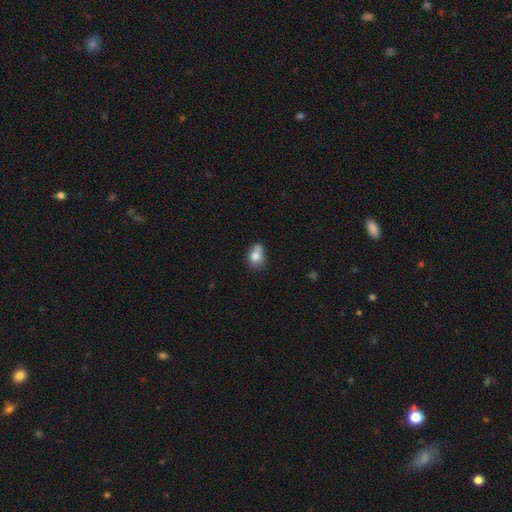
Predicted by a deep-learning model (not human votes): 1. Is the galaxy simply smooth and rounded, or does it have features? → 76% smooth, 14% featured or disk, 10% star or artifact.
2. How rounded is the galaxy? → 57% in between, 41% round, 2% cigar-shaped.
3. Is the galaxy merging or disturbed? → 38% none, 31% minor disturbance, 20% merger, 11% major disturbance.